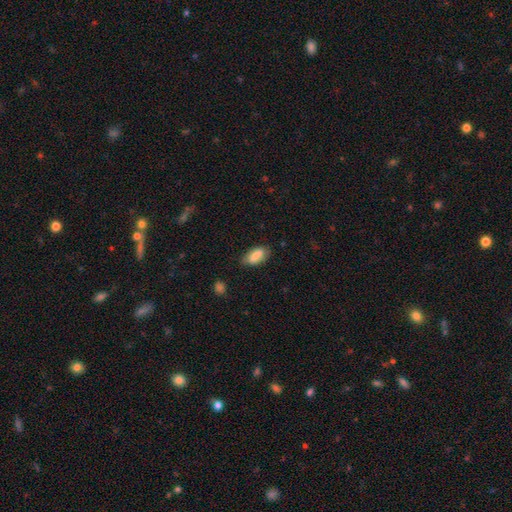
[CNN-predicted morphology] smooth 83%, featured or disk 10%, star or artifact 7%. Down the decision tree: how rounded — in between (86%); merging — none (74%).